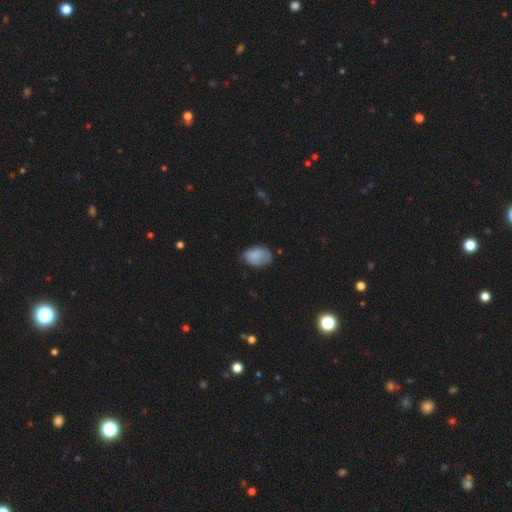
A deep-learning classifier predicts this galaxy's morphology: Smooth or featured? smooth (80%)
How rounded? in between (86%)
Merging? none (59%)